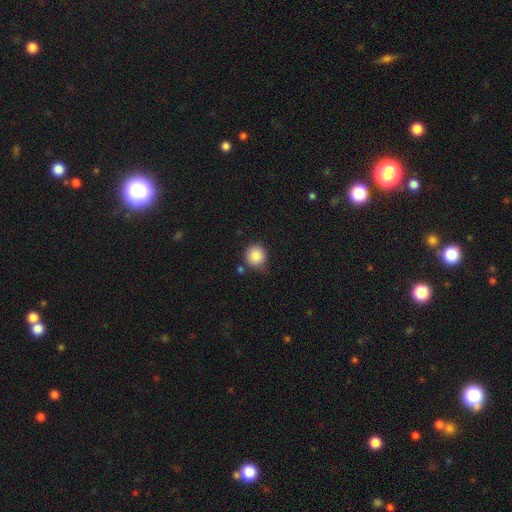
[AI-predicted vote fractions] A smooth galaxy with no disk features (87%) that is round (91%). Merging: none (66%).